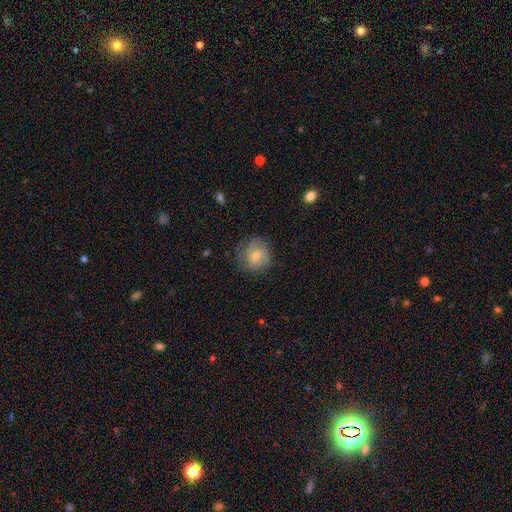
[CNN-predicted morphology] Smooth or featured? Predicted: featured or disk (p=0.53). Edge-on disk? Predicted: no (p=0.97). Bar? Predicted: no (p=0.67). Spiral arms? Predicted: yes (p=0.84). Bulge size? Predicted: moderate (p=0.48). Merging? Predicted: none (p=0.72).